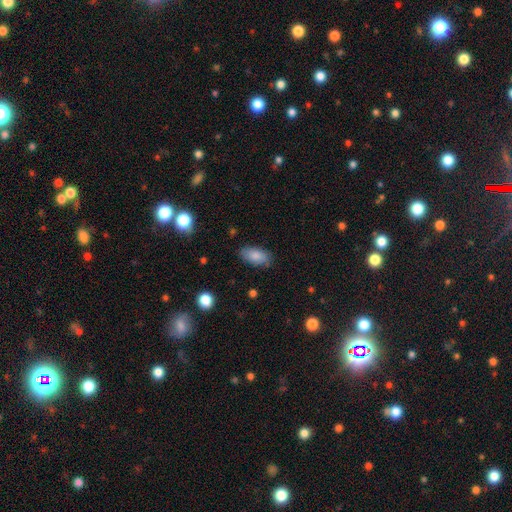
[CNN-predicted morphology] Overall: smooth (82%). How rounded: in between (92%). Merging: none (80%).